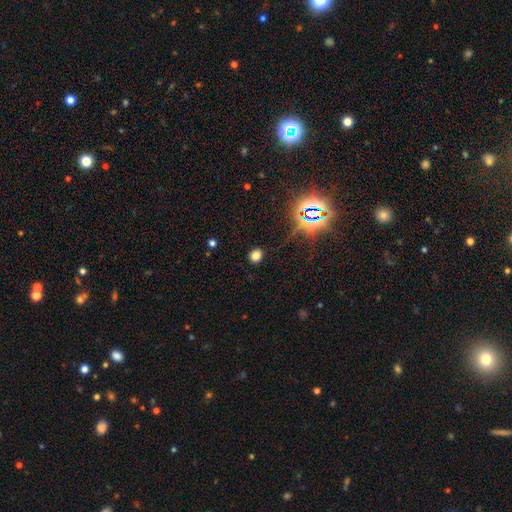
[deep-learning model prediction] smooth-or-featured: smooth: 73% | star or artifact: 21% | featured or disk: 6%
  how-rounded: round: 69% | in between: 30% | cigar-shaped: 1%
  merging: none: 88% | minor disturbance: 8% | major disturbance: 3% | merger: 1%